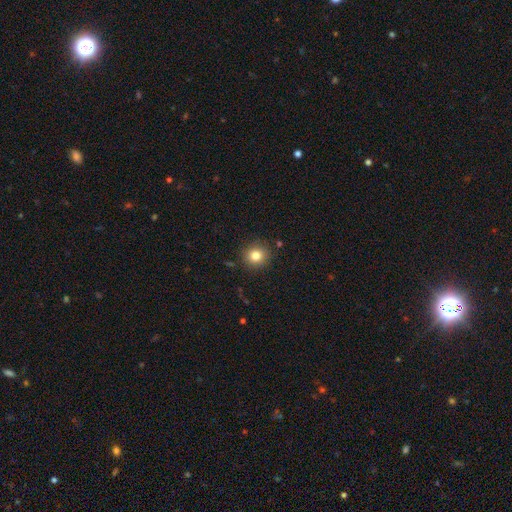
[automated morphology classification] Overall: smooth (81%). How rounded: round (91%). Merging: none (88%).